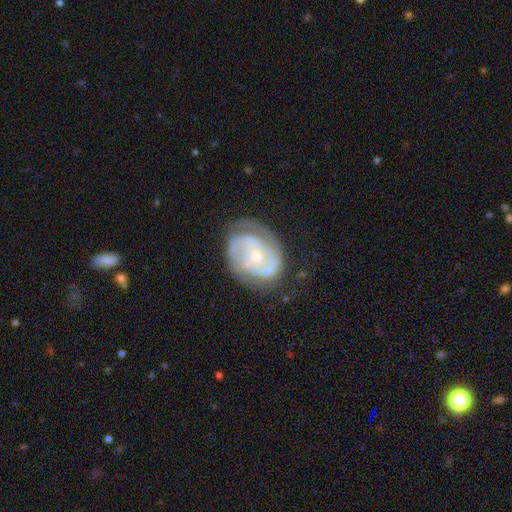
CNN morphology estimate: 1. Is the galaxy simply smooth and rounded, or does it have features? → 82% featured or disk, 13% smooth, 5% star or artifact.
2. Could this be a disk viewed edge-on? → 97% no, 3% yes.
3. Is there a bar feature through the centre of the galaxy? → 65% no, 27% weak, 7% strong.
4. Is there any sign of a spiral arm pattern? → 90% yes, 10% no.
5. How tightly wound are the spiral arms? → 56% tight, 35% medium, 10% loose.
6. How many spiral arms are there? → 53% 2, 23% can't tell, 12% 3, 6% 1, 3% 4, 3% more than 4.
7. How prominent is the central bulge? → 68% small, 28% moderate, 2% none, 2% large, 1% dominant.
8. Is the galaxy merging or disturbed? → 64% none, 22% minor disturbance, 12% major disturbance, 2% merger.